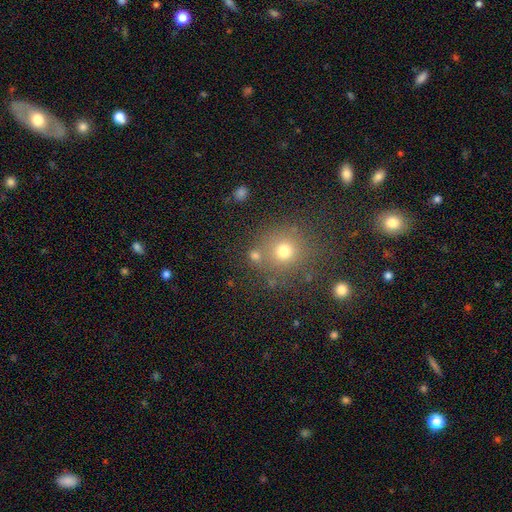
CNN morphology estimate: smooth-or-featured: smooth: 69% | star or artifact: 22% | featured or disk: 9%
  how-rounded: round: 87% | in between: 11% | cigar-shaped: 1%
  merging: none: 73% | merger: 14% | minor disturbance: 9% | major disturbance: 4%